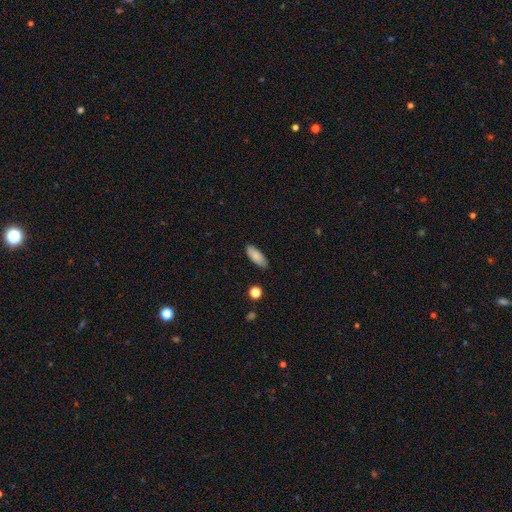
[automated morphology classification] Smooth or featured?
  - smooth: 86% *
  - featured or disk: 7%
  - star or artifact: 7%
How rounded?
  - in between: 78% *
  - cigar-shaped: 20%
  - round: 2%
Merging?
  - none: 86% *
  - minor disturbance: 11%
  - major disturbance: 2%
  - merger: 1%